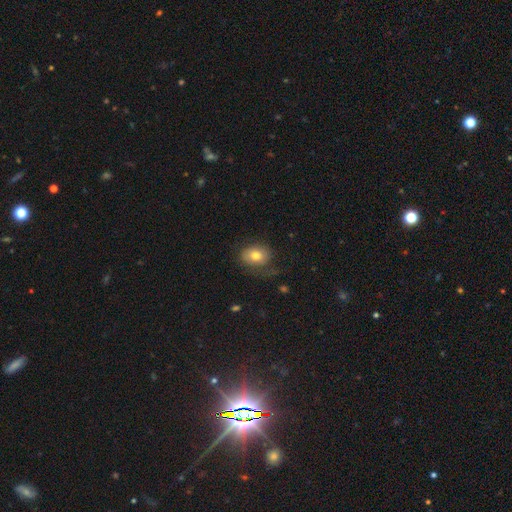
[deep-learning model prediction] Q: Smooth or featured?
A: smooth (72%); runner-up: featured or disk (18%)
Q: How rounded?
A: in between (56%); runner-up: round (43%)
Q: Merging?
A: none (61%); runner-up: minor disturbance (21%)